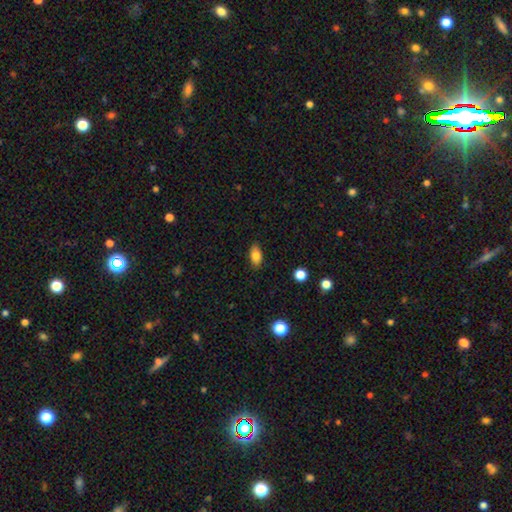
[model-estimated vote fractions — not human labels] This appears to be a smooth galaxy with no disk features (82%) that is in between round and cigar-shaped (89%). Merging: none (87%).